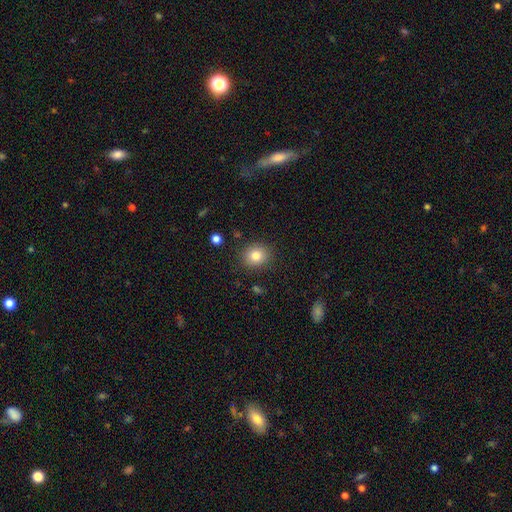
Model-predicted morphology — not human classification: Smooth or featured: smooth — 82% (star or artifact — 10%)
How rounded: round — 76% (in between — 23%)
Merging: none — 87% (minor disturbance — 9%)